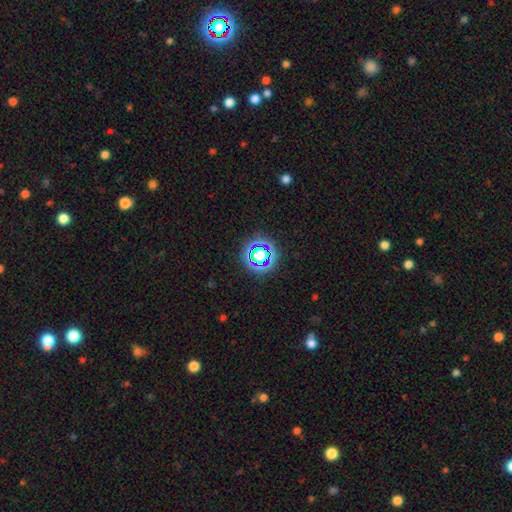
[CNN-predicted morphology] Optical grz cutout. It shows a star or artifact, not a galaxy (47%).